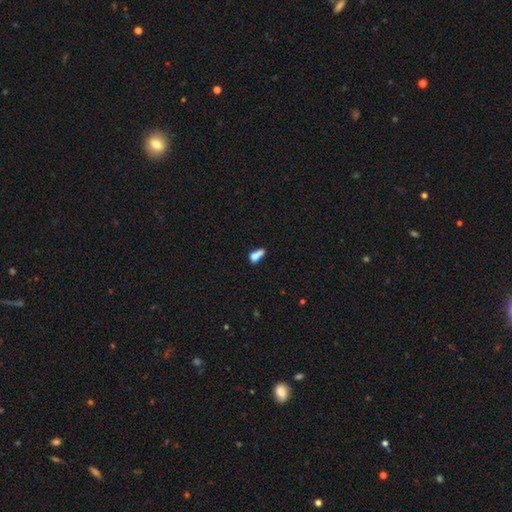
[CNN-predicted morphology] Smooth or featured: smooth — 70% (featured or disk — 18%)
How rounded: in between — 66% (cigar-shaped — 18%)
Merging: merger — 35% (none — 30%)